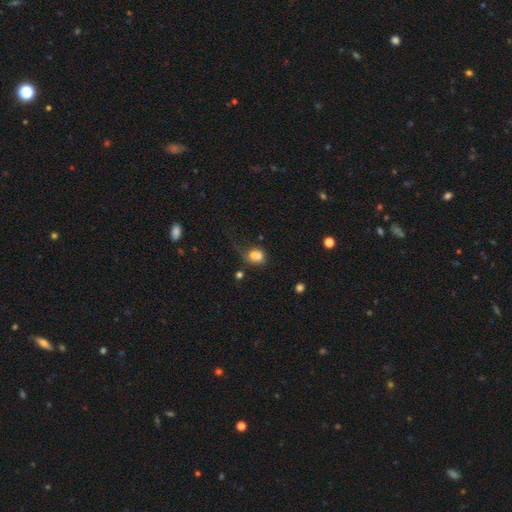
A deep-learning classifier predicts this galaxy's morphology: type=smooth (72%); roundness=round (61%); merging=merger (36%).